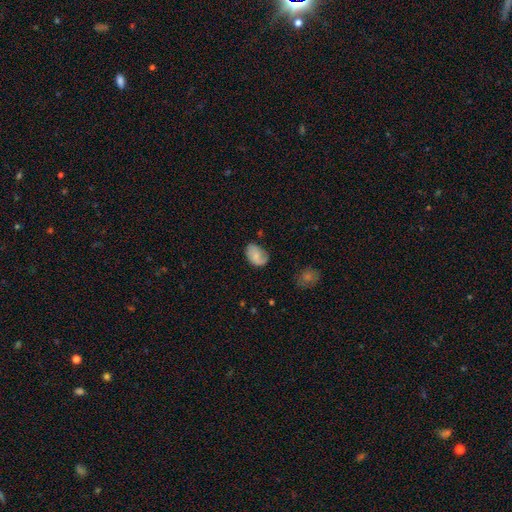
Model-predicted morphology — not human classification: A smooth galaxy with no disk features (67%) that is in between round and cigar-shaped (83%). Merging: none (60%).